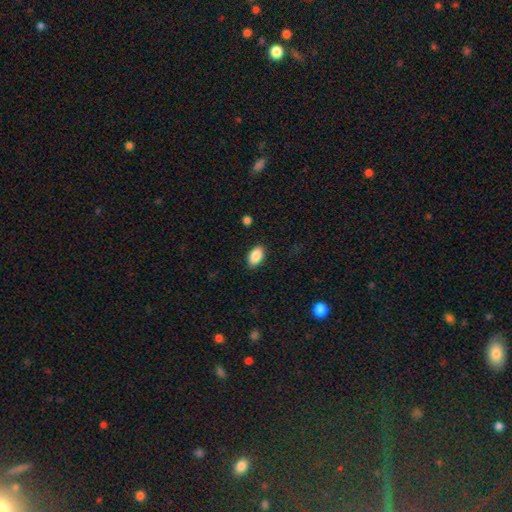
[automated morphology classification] Smooth or featured?
  - smooth: 89% *
  - star or artifact: 7%
  - featured or disk: 4%
How rounded?
  - in between: 92% *
  - round: 6%
  - cigar-shaped: 2%
Merging?
  - none: 87% *
  - minor disturbance: 9%
  - major disturbance: 2%
  - merger: 1%